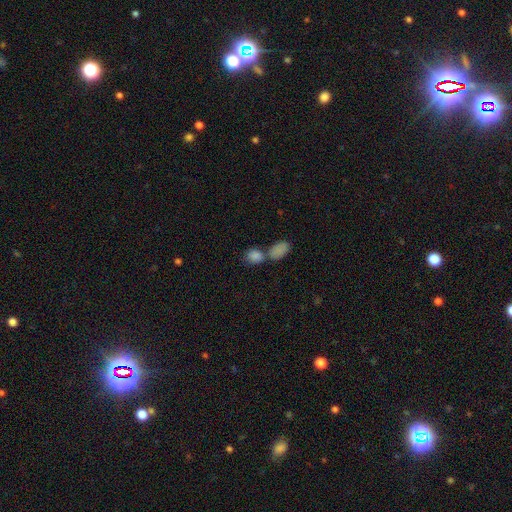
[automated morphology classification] Smooth or featured? Predicted: smooth (p=0.84). How rounded? Predicted: in between (p=0.63). Merging? Predicted: merger (p=0.47).